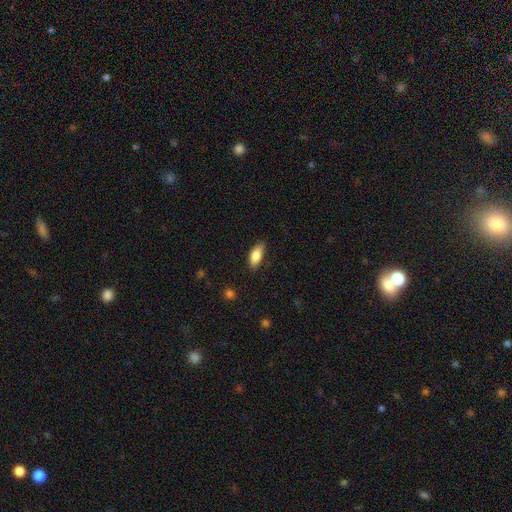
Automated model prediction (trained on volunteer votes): Smooth or featured? Predicted: smooth (p=0.83). How rounded? Predicted: in between (p=0.82). Merging? Predicted: none (p=0.81).